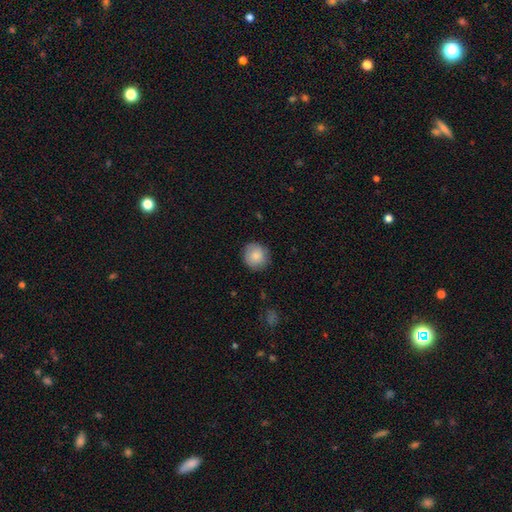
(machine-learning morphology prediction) Smooth or featured: smooth — 85% (featured or disk — 8%)
How rounded: round — 91% (in between — 8%)
Merging: none — 87% (minor disturbance — 10%)